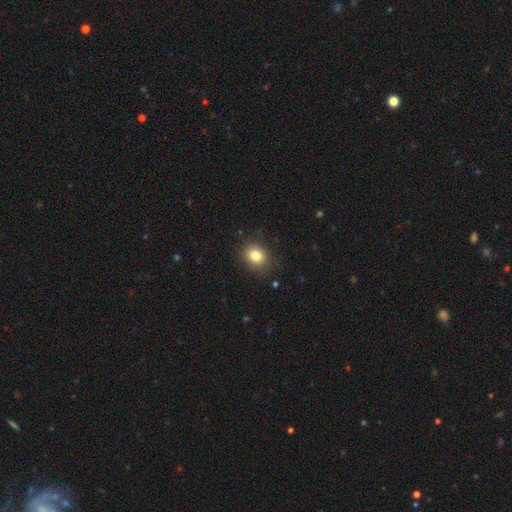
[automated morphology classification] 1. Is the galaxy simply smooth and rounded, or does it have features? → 81% smooth, 11% star or artifact, 8% featured or disk.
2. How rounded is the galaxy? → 63% round, 36% in between, 1% cigar-shaped.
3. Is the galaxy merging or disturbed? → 82% none, 13% minor disturbance, 4% major disturbance, 1% merger.